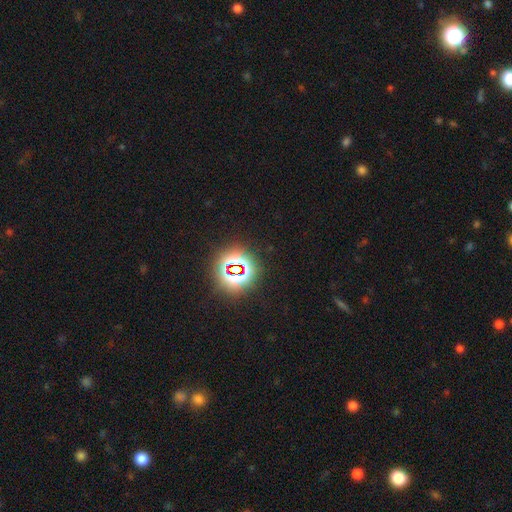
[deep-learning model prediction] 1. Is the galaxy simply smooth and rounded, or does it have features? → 77% star or artifact, 16% smooth, 8% featured or disk.